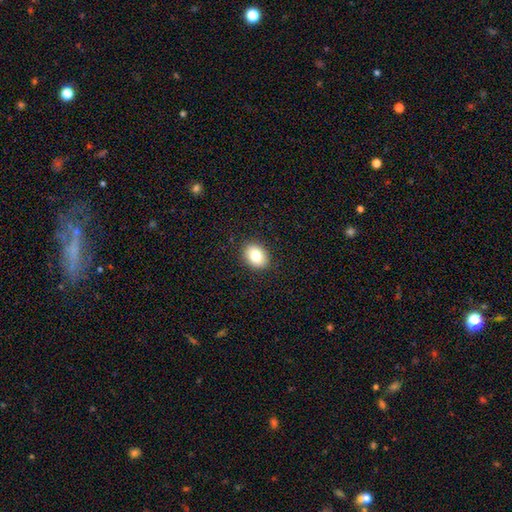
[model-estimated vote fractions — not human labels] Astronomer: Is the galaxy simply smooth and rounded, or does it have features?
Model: smooth — 81%.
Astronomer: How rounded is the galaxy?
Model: in between — 69%.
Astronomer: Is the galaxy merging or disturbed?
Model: none — 89%.